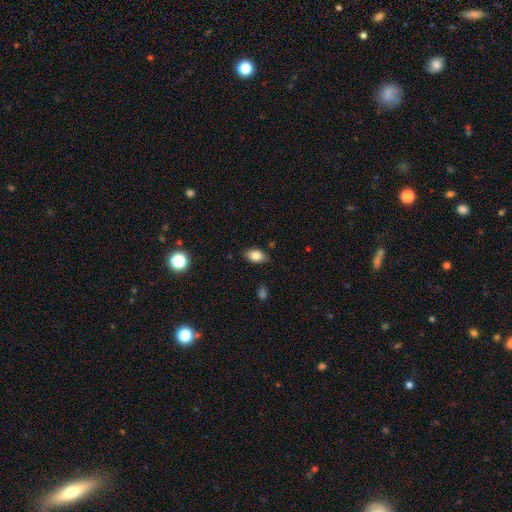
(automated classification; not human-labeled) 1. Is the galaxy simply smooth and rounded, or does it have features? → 83% smooth, 9% star or artifact, 8% featured or disk.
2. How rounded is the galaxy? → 88% in between, 10% round, 2% cigar-shaped.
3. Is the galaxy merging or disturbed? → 84% none, 12% minor disturbance, 2% major disturbance, 1% merger.